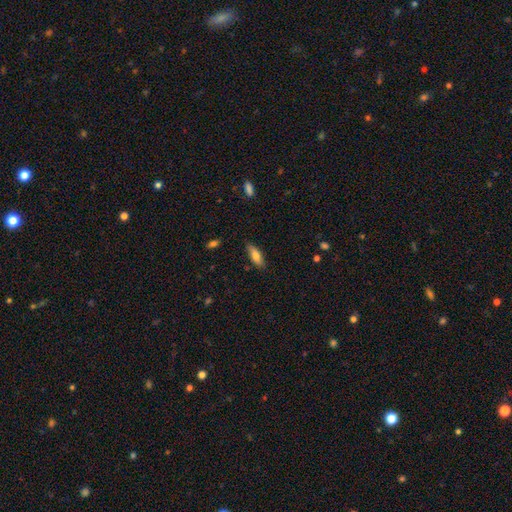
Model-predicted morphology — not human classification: smooth-or-featured: smooth: 76% | featured or disk: 17% | star or artifact: 7%
  how-rounded: in between: 59% | cigar-shaped: 39% | round: 2%
  merging: none: 83% | minor disturbance: 13% | major disturbance: 2% | merger: 1%